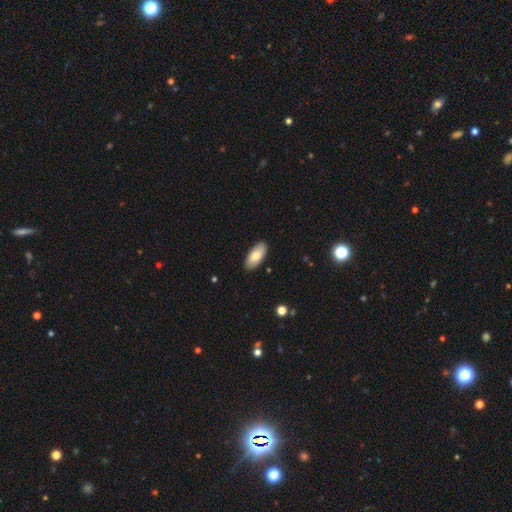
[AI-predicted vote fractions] Smooth or featured: smooth — 77% (featured or disk — 17%)
How rounded: in between — 90% (cigar-shaped — 8%)
Merging: none — 88% (minor disturbance — 9%)